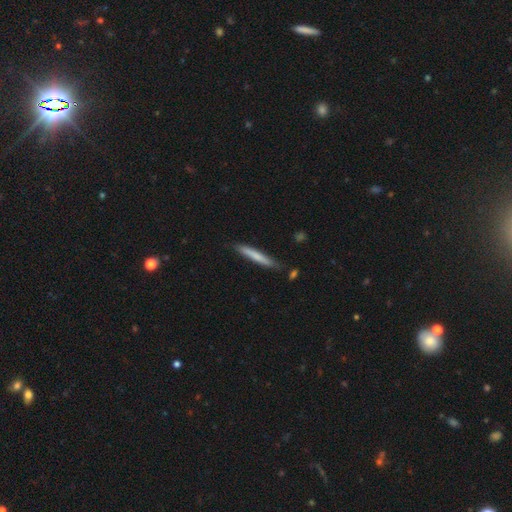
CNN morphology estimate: smooth 72%, featured or disk 22%, star or artifact 5%. Down the decision tree: how rounded — cigar-shaped (95%); merging — none (83%).